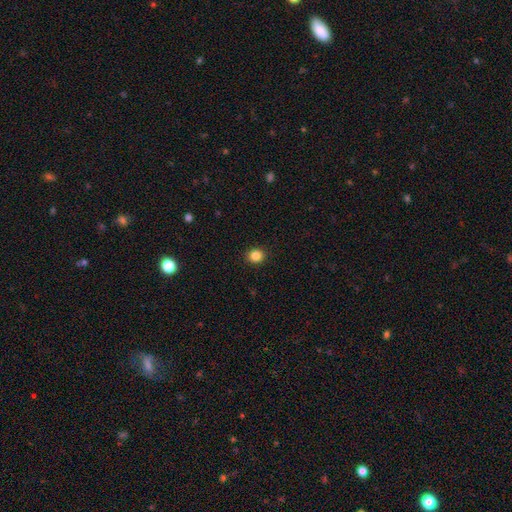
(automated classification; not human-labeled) smooth_or_featured: smooth (p=0.85) [alt: star or artifact p=0.11]
how_rounded: round (p=0.84) [alt: in between p=0.15]
merging: none (p=0.92) [alt: minor disturbance p=0.05]